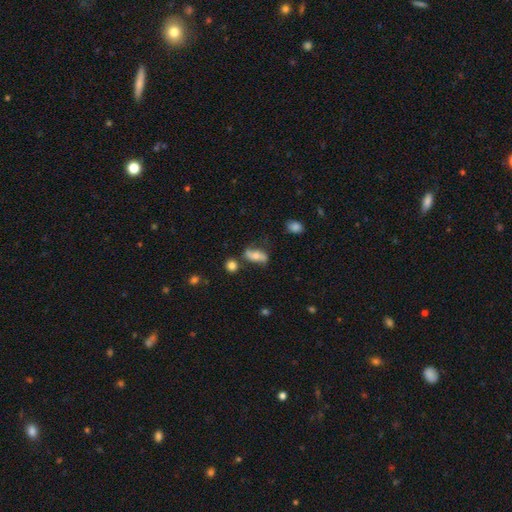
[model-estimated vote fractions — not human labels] Smooth or featured? featured or disk (54%)
Edge-on disk? no (88%)
Merging? none (64%)